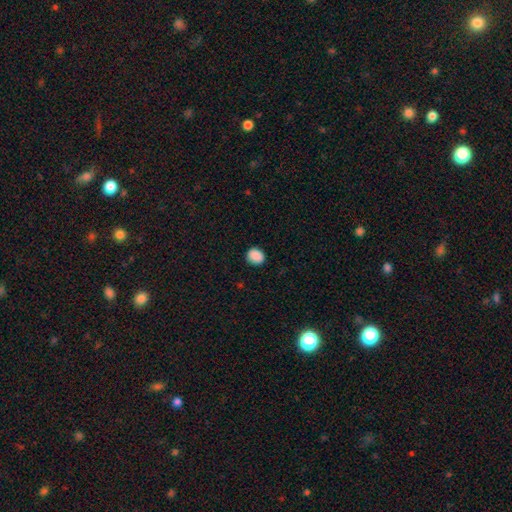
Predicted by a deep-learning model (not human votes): This is clearly a smooth galaxy (89%). How rounded: likely round (68%). Merging: clearly none (88%).